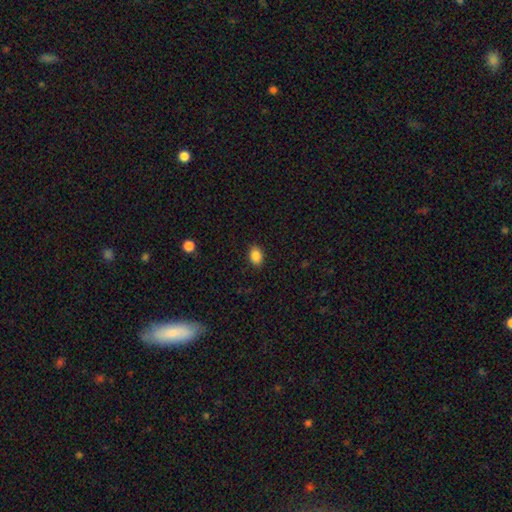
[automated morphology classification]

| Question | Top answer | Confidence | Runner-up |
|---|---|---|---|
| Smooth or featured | smooth | 87% | star or artifact (9%) |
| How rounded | in between | 74% | round (25%) |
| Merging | none | 88% | minor disturbance (8%) |